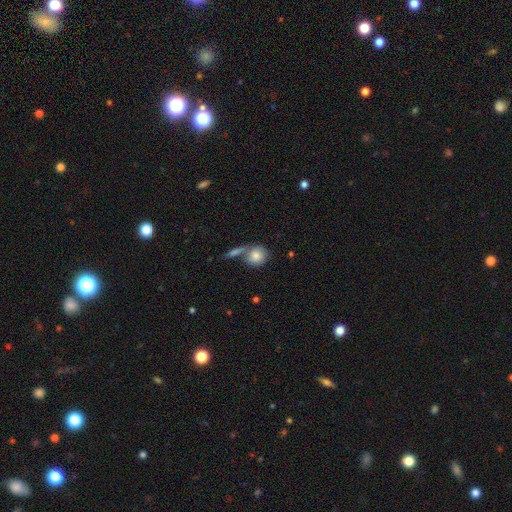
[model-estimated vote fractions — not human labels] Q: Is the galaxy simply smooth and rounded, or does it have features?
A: smooth — 82%.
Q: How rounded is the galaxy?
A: round — 76%.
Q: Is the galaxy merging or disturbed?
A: none — 49%.